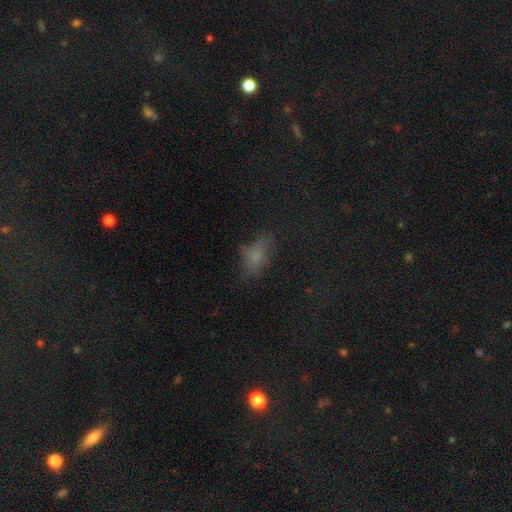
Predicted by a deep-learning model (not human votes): Smooth or featured?
  - smooth: 63% *
  - star or artifact: 21%
  - featured or disk: 17%
How rounded?
  - in between: 84% *
  - round: 10%
  - cigar-shaped: 6%
Merging?
  - none: 53% *
  - minor disturbance: 26%
  - major disturbance: 19%
  - merger: 3%